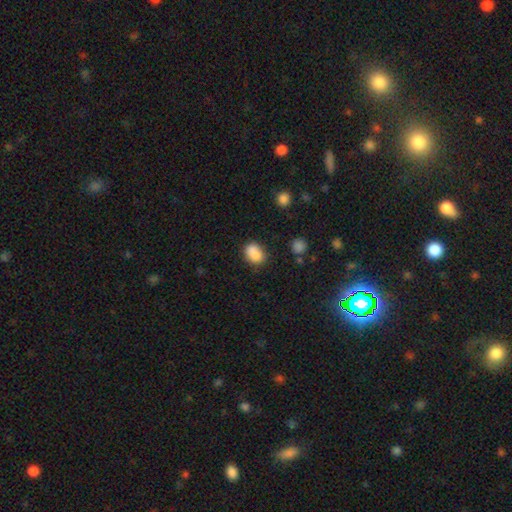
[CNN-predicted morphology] Smooth or featured?
  - smooth: 82% *
  - star or artifact: 9%
  - featured or disk: 8%
How rounded?
  - in between: 71% *
  - round: 28%
  - cigar-shaped: 1%
Merging?
  - none: 56% *
  - merger: 20%
  - minor disturbance: 18%
  - major disturbance: 5%